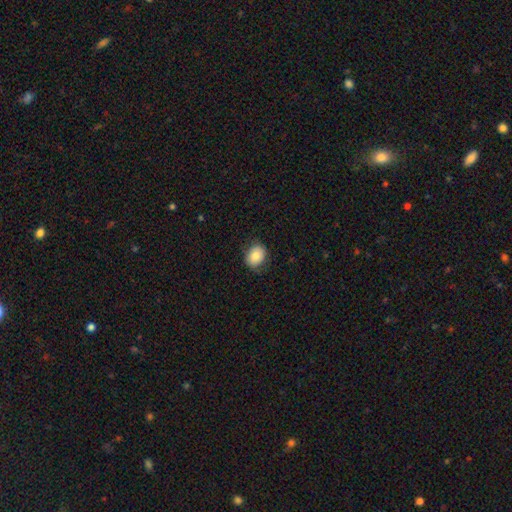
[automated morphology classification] smooth_or_featured: smooth (p=0.82) [alt: featured or disk p=0.10]
how_rounded: in between (p=0.52) [alt: round p=0.48]
merging: none (p=0.80) [alt: minor disturbance p=0.15]